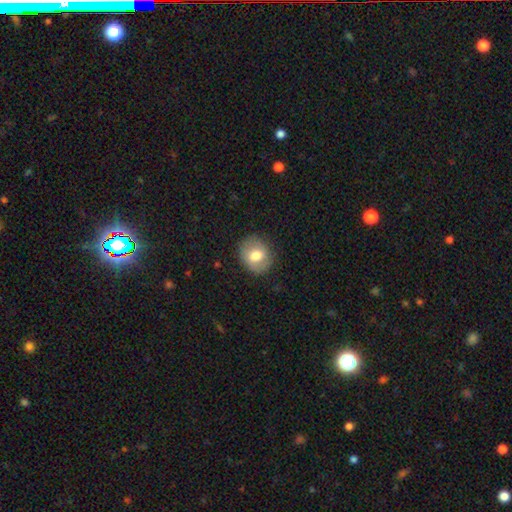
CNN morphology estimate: The model was most divided on "how rounded": round: 67%, in between: 32%, cigar-shaped: 1%. More confident: merging — none (84%); smooth or featured — smooth (69%).